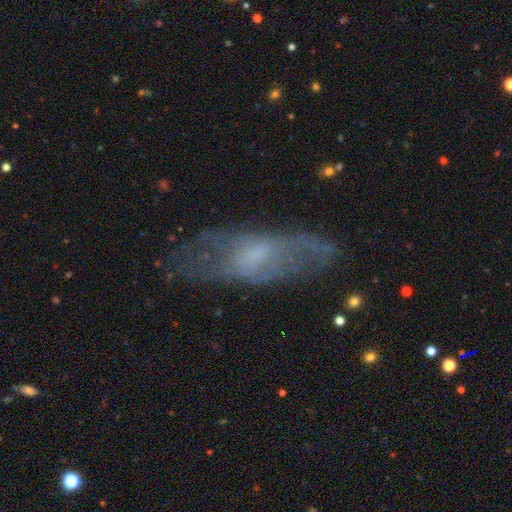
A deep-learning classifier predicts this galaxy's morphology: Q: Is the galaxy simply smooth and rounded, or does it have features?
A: featured or disk — 54%.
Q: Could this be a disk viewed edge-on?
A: no — 73%.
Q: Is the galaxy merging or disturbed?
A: none — 64%.